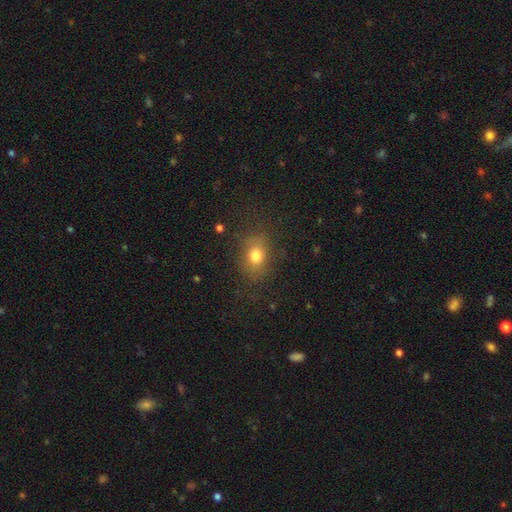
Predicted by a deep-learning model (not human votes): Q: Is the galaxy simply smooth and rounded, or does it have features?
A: smooth — 77%.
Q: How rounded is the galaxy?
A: in between — 55%.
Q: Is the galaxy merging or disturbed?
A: none — 77%.